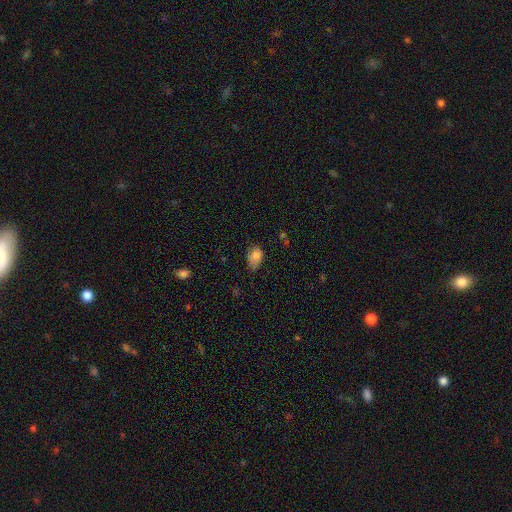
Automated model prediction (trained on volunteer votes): Smooth or featured?
  - smooth: 80% *
  - featured or disk: 11%
  - star or artifact: 9%
How rounded?
  - in between: 83% *
  - round: 15%
  - cigar-shaped: 2%
Merging?
  - none: 44% *
  - minor disturbance: 41%
  - major disturbance: 13%
  - merger: 2%